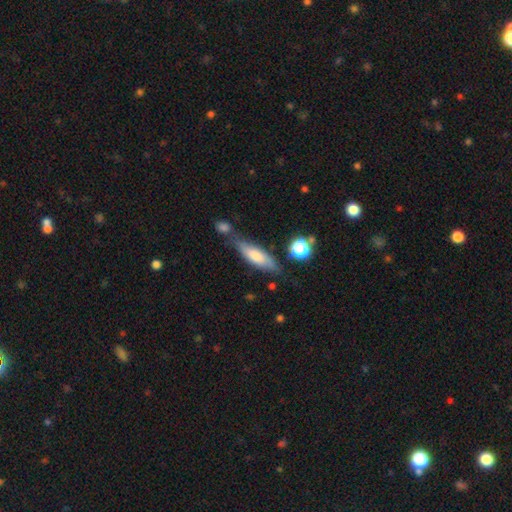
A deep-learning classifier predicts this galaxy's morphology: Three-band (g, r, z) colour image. It shows a smooth galaxy with no disk features (60%) that is cigar-shaped (59%). Merging: none (62%).